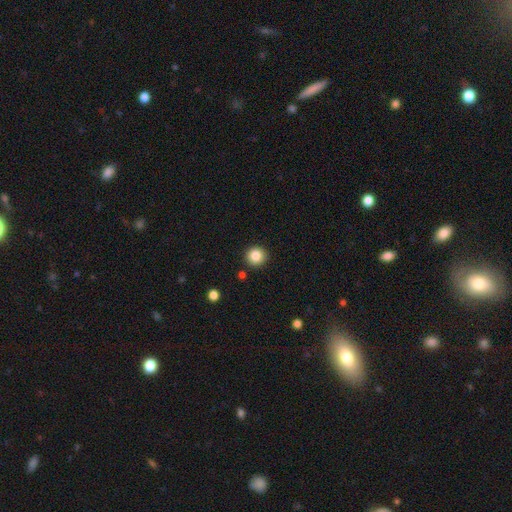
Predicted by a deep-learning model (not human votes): A smooth galaxy with no disk features (86%) that is round (93%). Merging: none (90%).